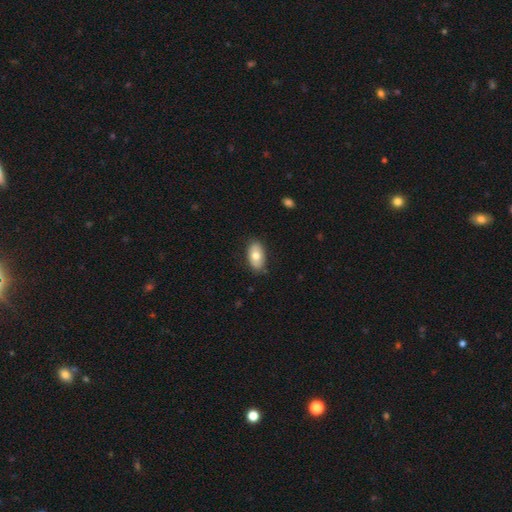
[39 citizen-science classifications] Overall: smooth (77%). How rounded: in between (87%). Merging: none (90%).